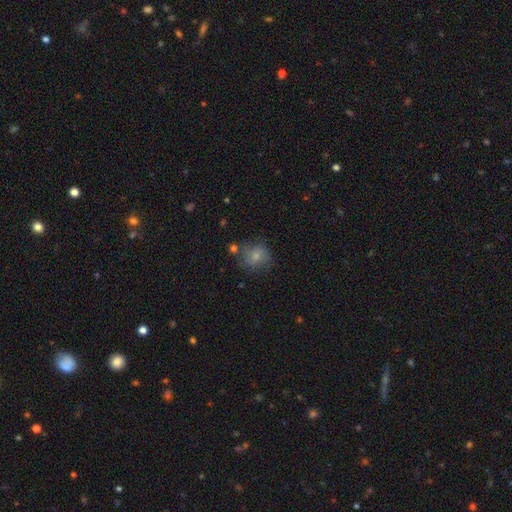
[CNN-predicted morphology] A smooth galaxy with no disk features (66%) that is round (75%).

Vote fractions:
- Smooth or featured? smooth: 66% / featured or disk: 24% / star or artifact: 10%
- How rounded? round: 75% / in between: 24% / cigar-shaped: 1%
- Merging? none: 62% / minor disturbance: 21% / major disturbance: 9% / merger: 8%